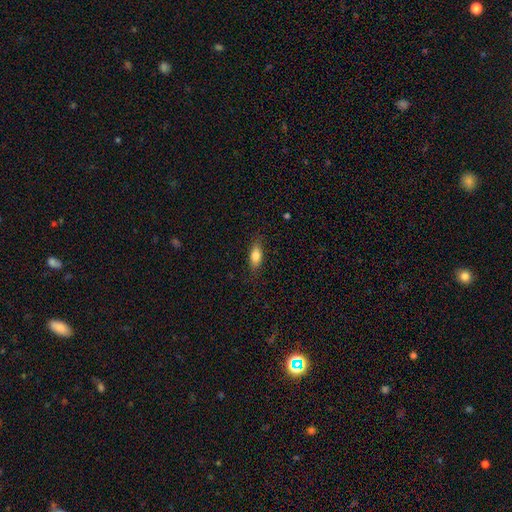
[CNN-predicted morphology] smooth-or-featured: smooth: 81% | featured or disk: 11% | star or artifact: 7%
  how-rounded: in between: 77% | cigar-shaped: 19% | round: 3%
  merging: none: 81% | minor disturbance: 15% | major disturbance: 4% | merger: 1%